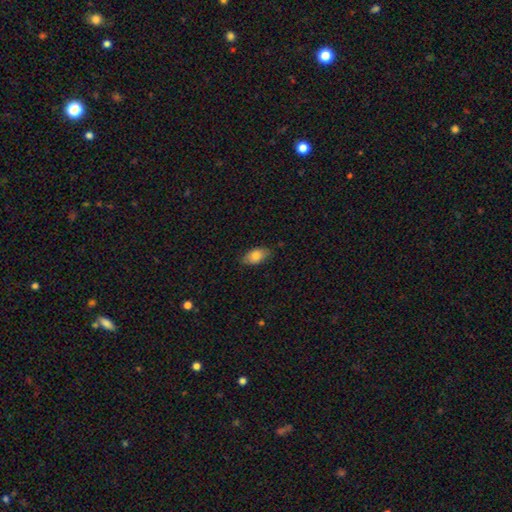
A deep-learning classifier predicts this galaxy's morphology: This is clearly a smooth galaxy (81%). How rounded: clearly in between (92%). Merging: clearly none (82%).